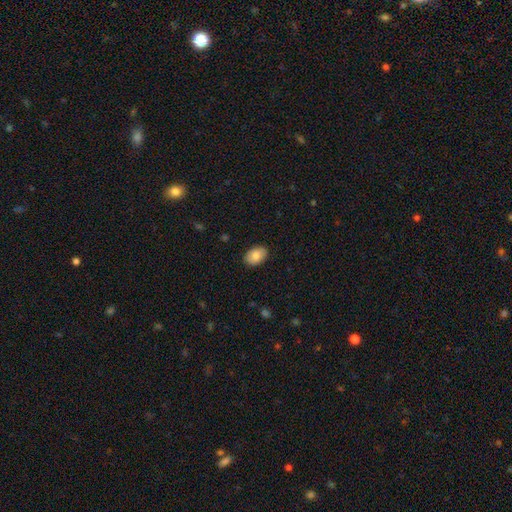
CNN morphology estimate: A smooth galaxy with no disk features (86%) that is in between round and cigar-shaped (88%).

Vote fractions:
- Smooth or featured? smooth: 86% / featured or disk: 8% / star or artifact: 7%
- How rounded? in between: 88% / round: 11% / cigar-shaped: 1%
- Merging? none: 88% / minor disturbance: 9% / major disturbance: 2% / merger: 1%